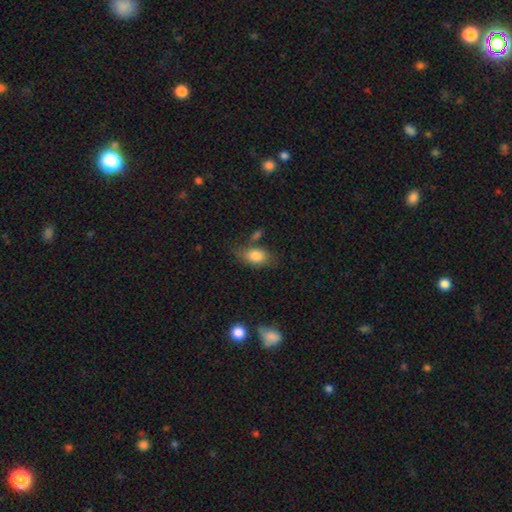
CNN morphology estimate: Overall: smooth (81%). How rounded: in between (86%). Merging: none (56%; minor disturbance 24%).